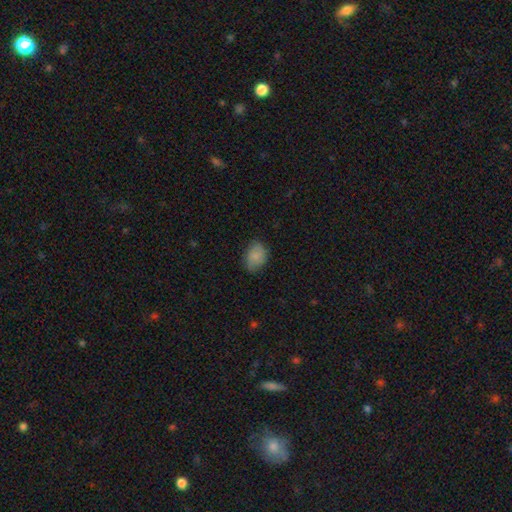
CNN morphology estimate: Smooth or featured: smooth — 82% (featured or disk — 10%)
How rounded: in between — 65% (round — 34%)
Merging: none — 73% (minor disturbance — 22%)